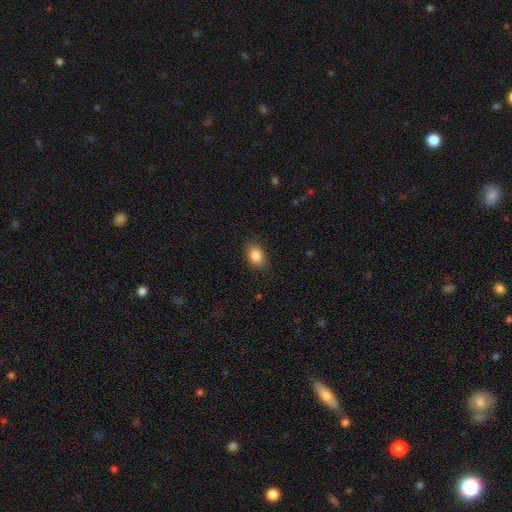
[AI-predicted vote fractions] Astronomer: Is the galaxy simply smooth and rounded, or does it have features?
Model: smooth — 87%.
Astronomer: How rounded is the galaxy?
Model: in between — 81%.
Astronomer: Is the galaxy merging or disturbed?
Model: none — 87%.